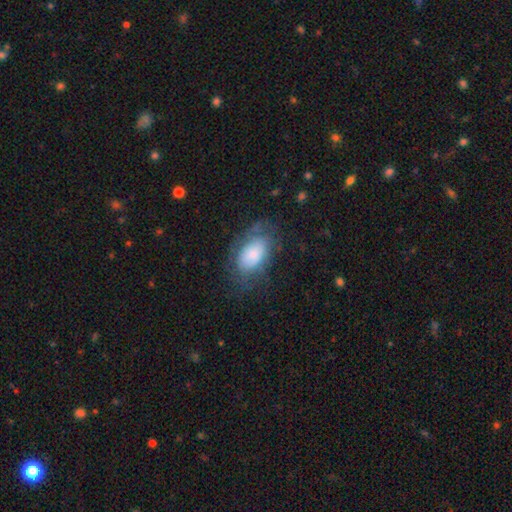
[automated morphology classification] This appears to be a smooth galaxy with no disk features (62%) that is in between round and cigar-shaped (90%). Merging: none (62%).